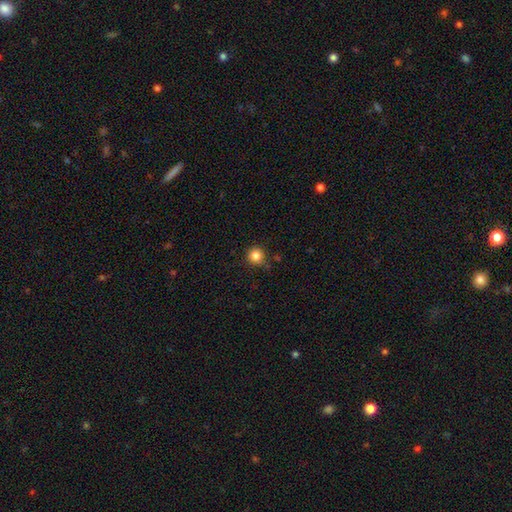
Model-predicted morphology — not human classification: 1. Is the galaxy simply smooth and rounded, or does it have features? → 84% smooth, 12% star or artifact, 5% featured or disk.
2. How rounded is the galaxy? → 94% round, 5% in between, 1% cigar-shaped.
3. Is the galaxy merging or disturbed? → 85% none, 9% minor disturbance, 3% merger, 2% major disturbance.